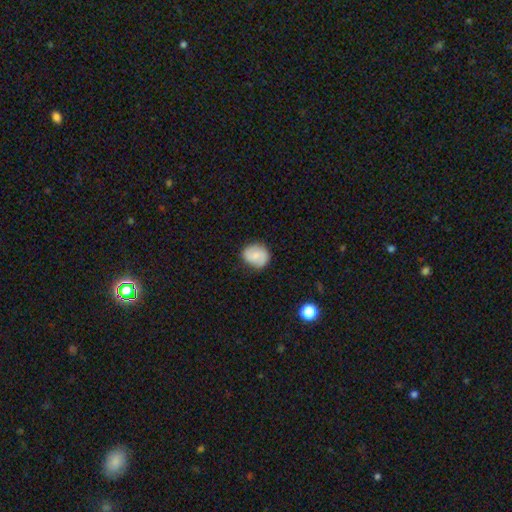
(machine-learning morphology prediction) A smooth galaxy with no disk features (57%) that is round (71%).

Vote fractions:
- Smooth or featured? smooth: 57% / featured or disk: 36% / star or artifact: 8%
- How rounded? round: 71% / in between: 28% / cigar-shaped: 1%
- Merging? none: 78% / minor disturbance: 17% / major disturbance: 4% / merger: 1%